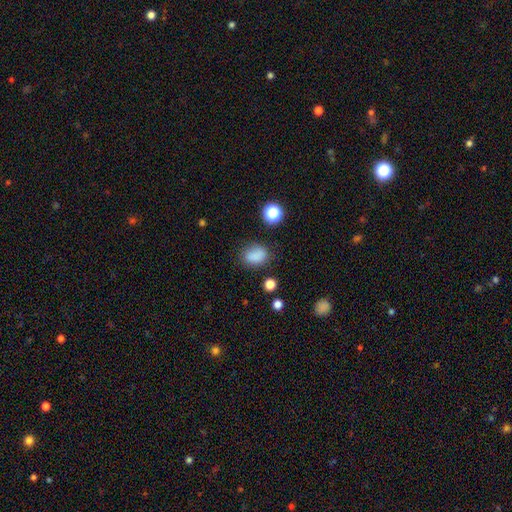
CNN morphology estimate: A smooth galaxy with no disk features (83%) that is in between round and cigar-shaped (72%).

Vote fractions:
- Smooth or featured? smooth: 83% / star or artifact: 12% / featured or disk: 5%
- How rounded? in between: 72% / round: 27% / cigar-shaped: 2%
- Merging? none: 77% / minor disturbance: 15% / major disturbance: 5% / merger: 3%